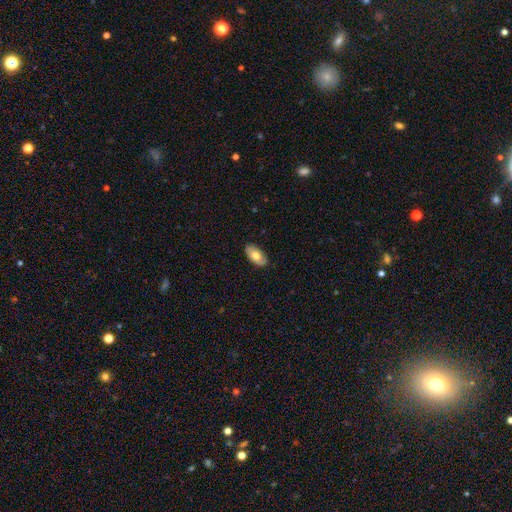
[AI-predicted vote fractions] Smooth or featured: smooth — 66% (featured or disk — 28%)
How rounded: in between — 94% (round — 4%)
Merging: none — 84% (minor disturbance — 13%)